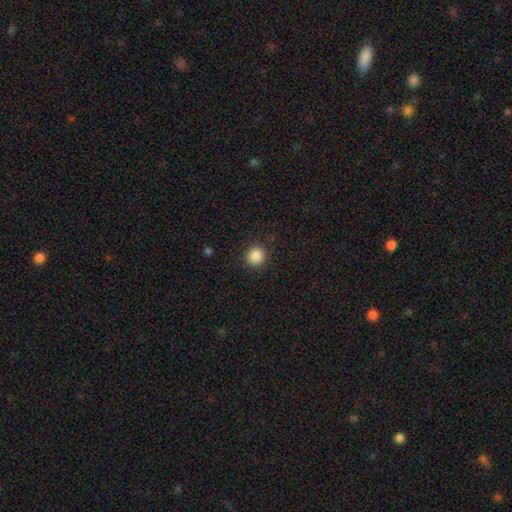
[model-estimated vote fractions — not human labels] A smooth galaxy with no disk features (87%) that is round (93%). Merging: none (90%).